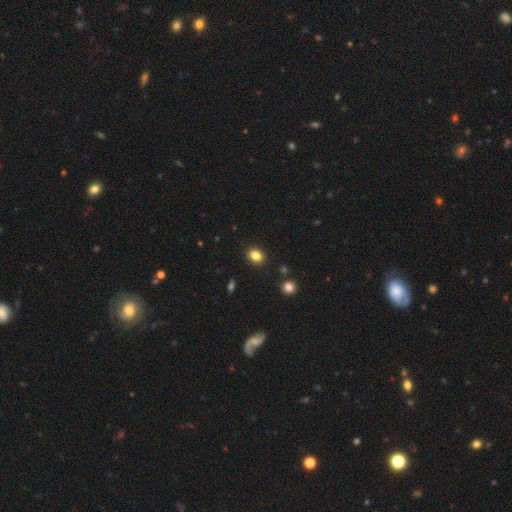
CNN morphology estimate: This is clearly a smooth galaxy (83%). How rounded: possibly in between (52%). Merging: clearly none (89%).